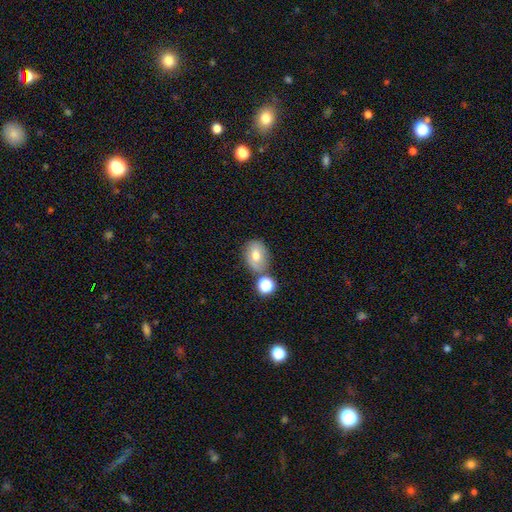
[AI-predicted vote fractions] Overall: smooth (69%). How rounded: in between (58%; round 41%). Merging: none (63%).